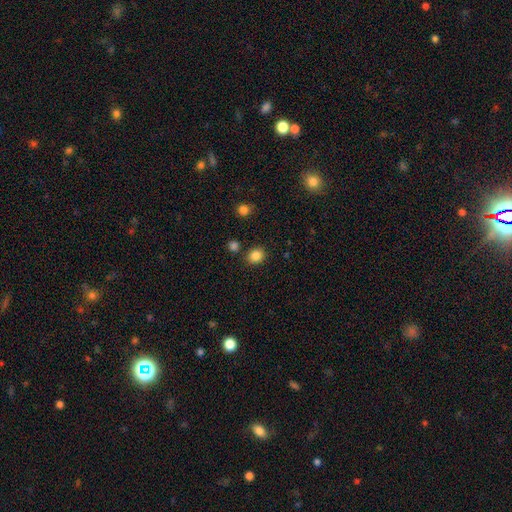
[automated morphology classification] Smooth or featured? Predicted: smooth (p=0.85). How rounded? Predicted: round (p=0.70). Merging? Predicted: none (p=0.84).